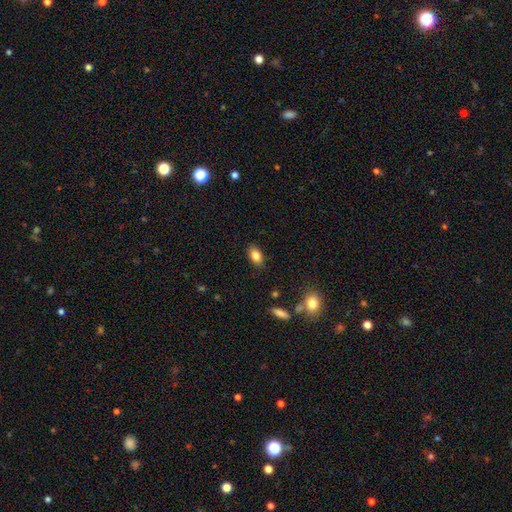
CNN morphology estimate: smooth-or-featured: smooth: 84% | star or artifact: 9% | featured or disk: 8%
  how-rounded: in between: 88% | round: 9% | cigar-shaped: 3%
  merging: none: 86% | minor disturbance: 10% | major disturbance: 2% | merger: 1%